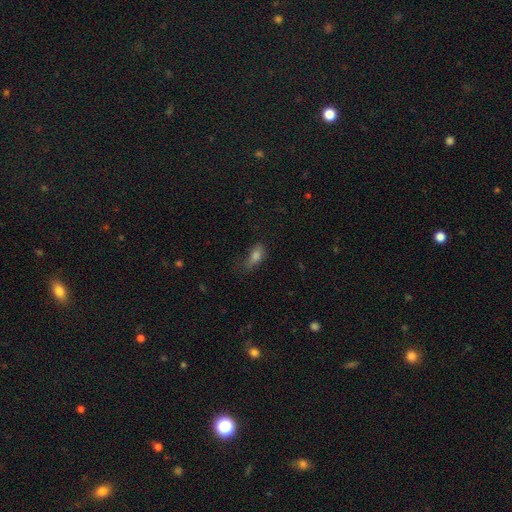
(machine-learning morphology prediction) Smooth or featured?
  - smooth: 75% *
  - star or artifact: 13%
  - featured or disk: 12%
How rounded?
  - in between: 81% *
  - cigar-shaped: 11%
  - round: 8%
Merging?
  - none: 41% *
  - minor disturbance: 32%
  - major disturbance: 24%
  - merger: 3%